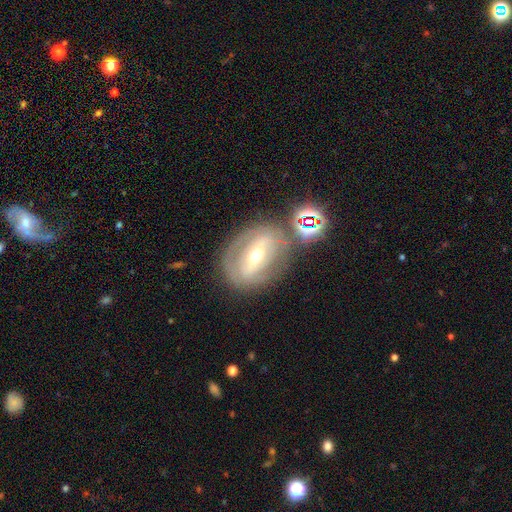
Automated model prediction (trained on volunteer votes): Q: Smooth or featured?
A: featured or disk (72%); runner-up: smooth (19%)
Q: Edge-on disk?
A: no (92%); runner-up: yes (8%)
Q: Bar?
A: strong (54%); runner-up: weak (27%)
Q: Spiral arms?
A: yes (52%); runner-up: no (48%)
Q: Bulge size?
A: moderate (56%); runner-up: small (39%)
Q: Merging?
A: none (66%); runner-up: minor disturbance (15%)